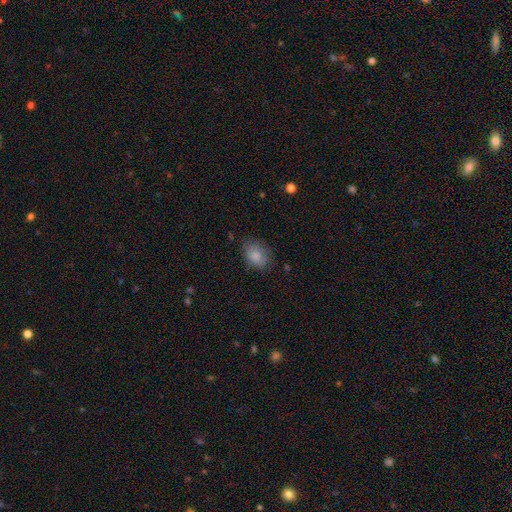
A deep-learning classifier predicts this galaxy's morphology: smooth 85%, star or artifact 8%, featured or disk 8%. Down the decision tree: how rounded — in between (73%); merging — none (74%).